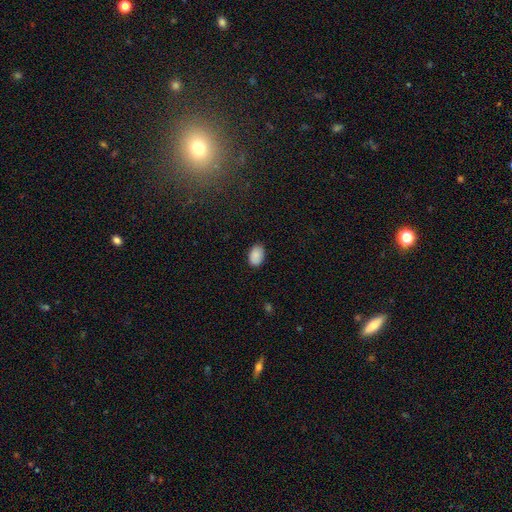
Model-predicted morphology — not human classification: The model was most divided on "merging": none: 84%, minor disturbance: 12%, major disturbance: 2%, merger: 1%. More confident: smooth or featured — smooth (89%); how rounded — in between (88%).